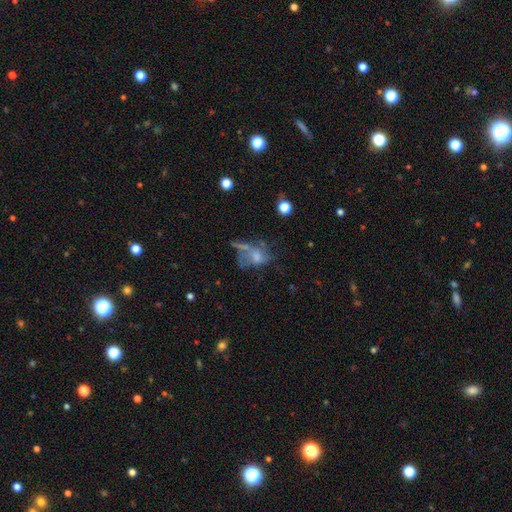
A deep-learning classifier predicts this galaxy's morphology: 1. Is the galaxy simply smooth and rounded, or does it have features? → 45% featured or disk, 39% smooth, 16% star or artifact.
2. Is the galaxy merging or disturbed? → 39% major disturbance, 27% none, 17% minor disturbance, 17% merger.